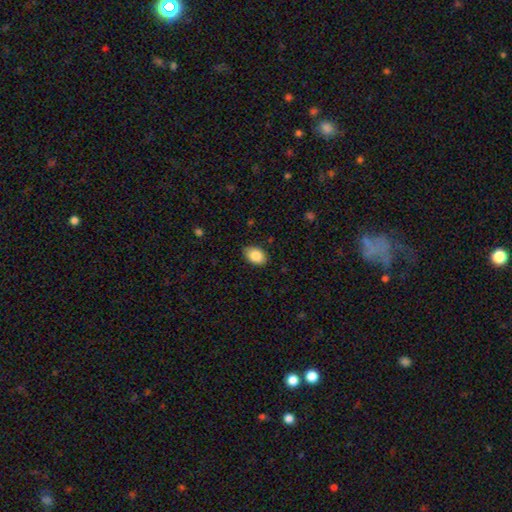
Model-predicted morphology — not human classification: smooth 86%, star or artifact 7%, featured or disk 6%. Down the decision tree: how rounded — in between (88%); merging — none (86%).